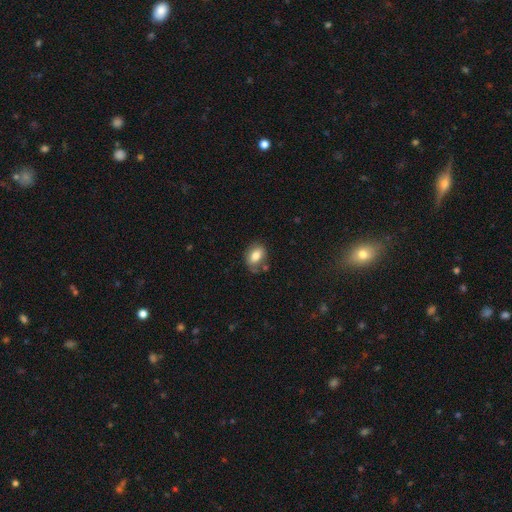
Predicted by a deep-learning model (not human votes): smooth_or_featured: smooth (p=0.79) [alt: featured or disk p=0.13]
how_rounded: in between (p=0.79) [alt: round p=0.19]
merging: none (p=0.69) [alt: minor disturbance p=0.19]